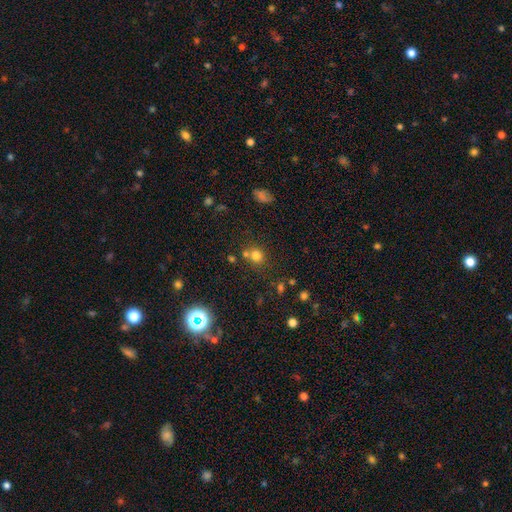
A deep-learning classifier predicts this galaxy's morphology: Smooth or featured?
  - smooth: 74% *
  - star or artifact: 18%
  - featured or disk: 8%
How rounded?
  - round: 81% *
  - in between: 18%
  - cigar-shaped: 1%
Merging?
  - none: 60% *
  - merger: 26%
  - minor disturbance: 10%
  - major disturbance: 4%